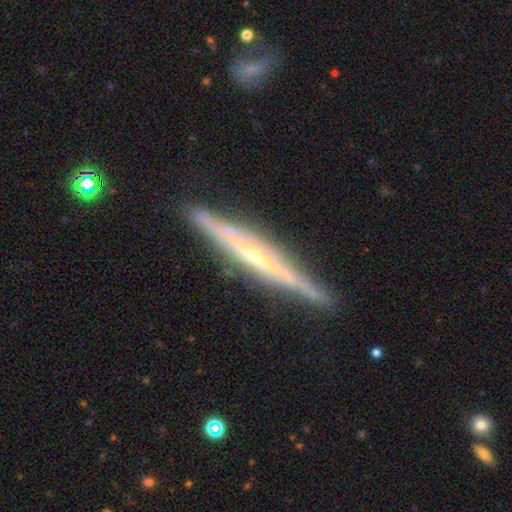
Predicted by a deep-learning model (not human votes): Smooth or featured? featured or disk (80%)
Edge-on disk? yes (95%)
Edge-on bulge? rounded (45%)
Merging? none (85%)